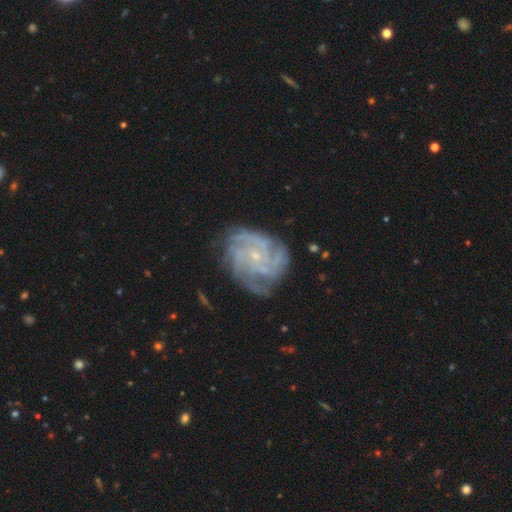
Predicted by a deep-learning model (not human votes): smooth-or-featured: featured or disk: 85% | star or artifact: 8% | smooth: 7%
  disk-edge-on: no: 98% | yes: 2%
    bar: no: 71% | weak: 23% | strong: 6%
    has-spiral-arms: yes: 97% | no: 3%
      spiral-winding: tight: 63% | medium: 31% | loose: 6%
      spiral-arm-count: 4: 31% | can't tell: 21% | more than 4: 17% | 3: 14% | 2: 9% | 1: 8%
    bulge-size: small: 82% | moderate: 13% | none: 4% | large: 1% | dominant: 1%
  merging: none: 76% | minor disturbance: 16% | major disturbance: 6% | merger: 2%